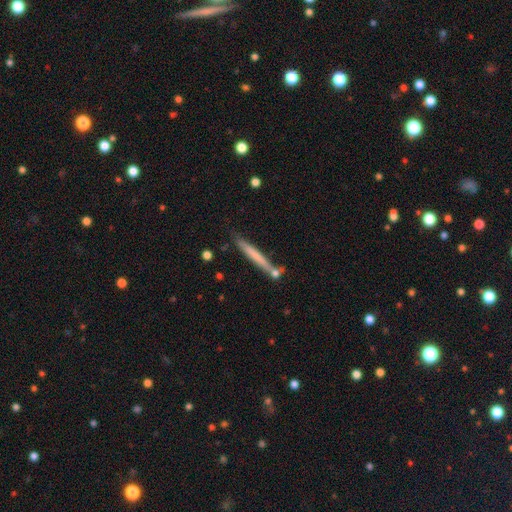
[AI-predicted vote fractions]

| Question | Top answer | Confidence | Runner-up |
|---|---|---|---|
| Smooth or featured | smooth | 57% | featured or disk (37%) |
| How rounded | cigar-shaped | 96% | in between (3%) |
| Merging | none | 74% | minor disturbance (14%) |